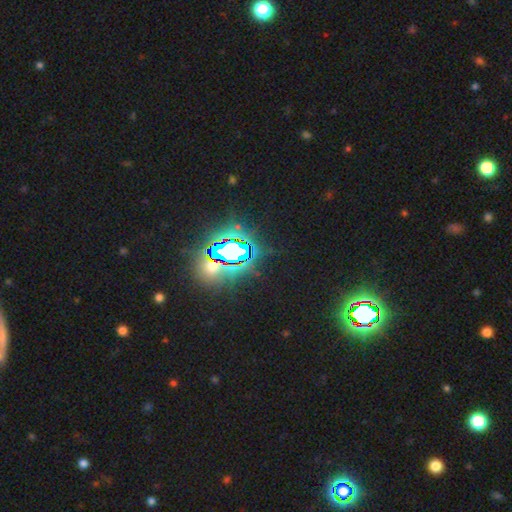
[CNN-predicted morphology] Smooth or featured? star or artifact (81%)